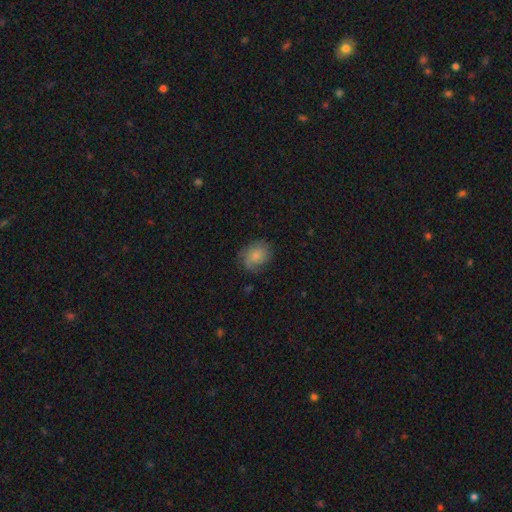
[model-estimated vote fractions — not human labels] Morphology: type=smooth (69%); roundness=round (56%); merging=none (66%).